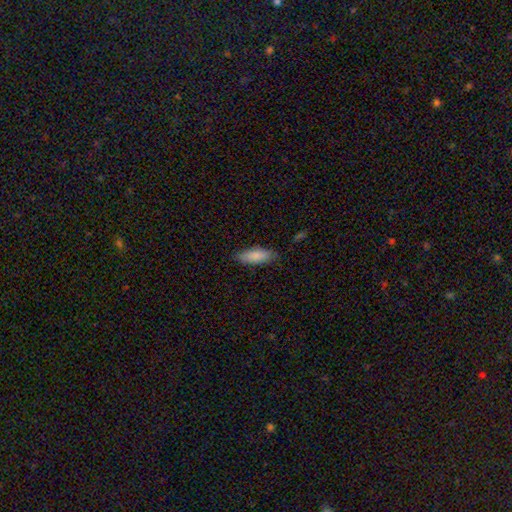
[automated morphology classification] Smooth or featured? Predicted: smooth (p=0.85). How rounded? Predicted: in between (p=0.68). Merging? Predicted: none (p=0.82).